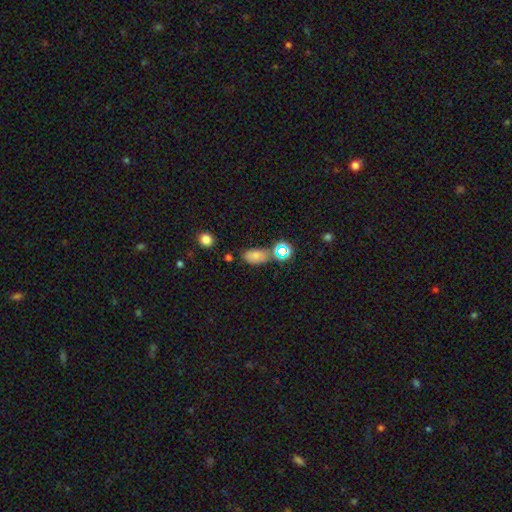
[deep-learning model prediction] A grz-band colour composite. It shows a smooth galaxy with no disk features (70%) that is in between round and cigar-shaped (88%). Merging: none (66%).